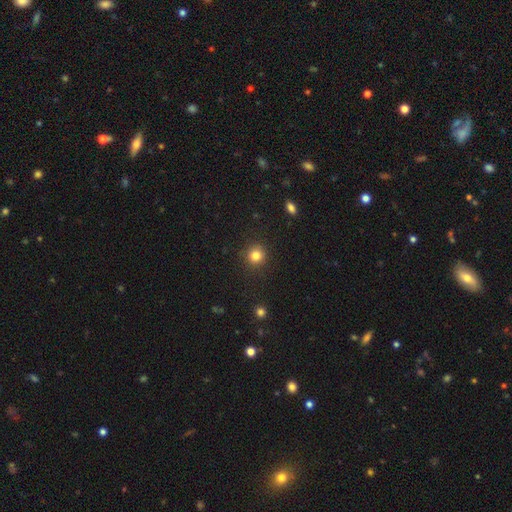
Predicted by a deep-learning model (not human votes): This is clearly a smooth galaxy (82%). How rounded: clearly round (92%). Merging: clearly none (90%).